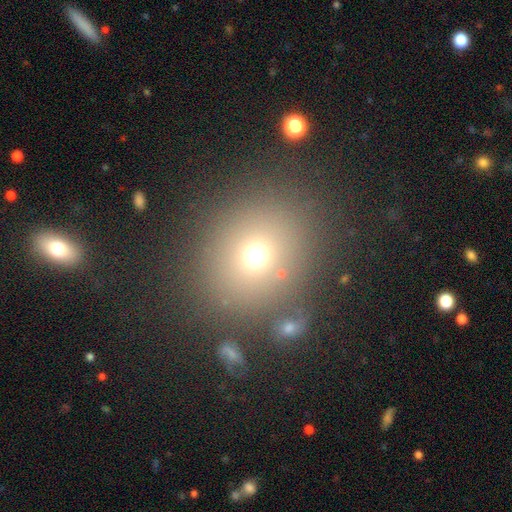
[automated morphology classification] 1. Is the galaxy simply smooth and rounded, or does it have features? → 70% smooth, 19% star or artifact, 12% featured or disk.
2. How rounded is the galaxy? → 76% round, 23% in between, 1% cigar-shaped.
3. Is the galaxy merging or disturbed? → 75% none, 10% minor disturbance, 9% merger, 6% major disturbance.